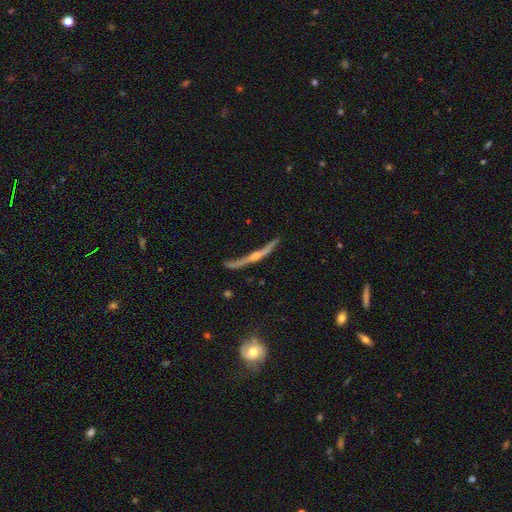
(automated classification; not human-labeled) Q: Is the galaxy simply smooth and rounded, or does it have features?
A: featured or disk — 82%.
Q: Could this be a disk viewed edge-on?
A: yes — 91%.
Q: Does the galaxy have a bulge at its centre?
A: rounded — 86%.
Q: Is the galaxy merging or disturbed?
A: none — 64%.